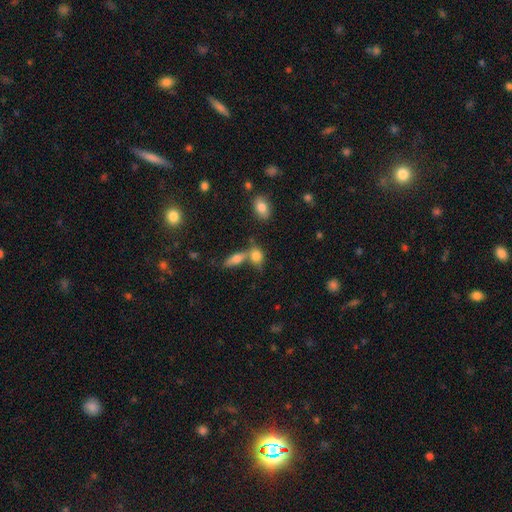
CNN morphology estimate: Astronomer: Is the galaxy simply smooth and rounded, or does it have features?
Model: smooth — 79%.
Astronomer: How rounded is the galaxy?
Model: in between — 62%.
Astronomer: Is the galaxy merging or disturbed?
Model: none — 44% (runner-up: merger, 40%).